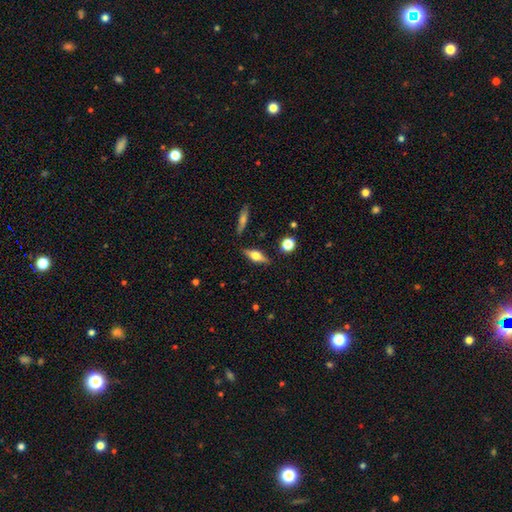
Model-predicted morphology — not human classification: smooth-or-featured: featured or disk: 58% | smooth: 35% | star or artifact: 8%
  disk-edge-on: yes: 94% | no: 6%
    edge-on-bulge: rounded: 92% | boxy: 6% | none: 2%
  merging: none: 84% | minor disturbance: 10% | merger: 3% | major disturbance: 3%